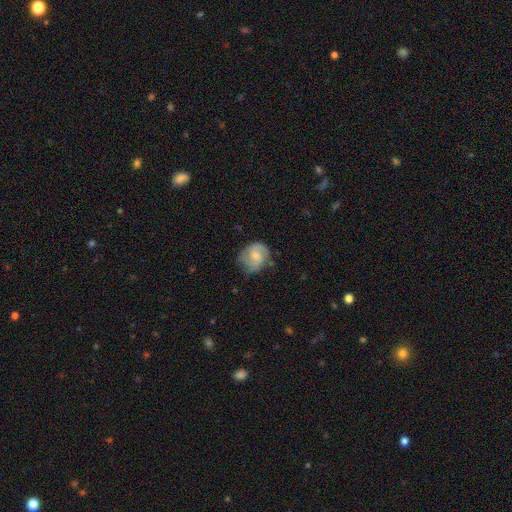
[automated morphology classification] Overall: featured or disk (61%; smooth 32%). Edge-on disk: no (98%). Bar: no (51%; weak 42%). Spiral arms: yes (91%). Spiral arm count: 2 (76%). Spiral winding: medium (47%; tight 33%). Bulge size: moderate (40%; small 35%). Merging: none (64%; minor disturbance 25%).